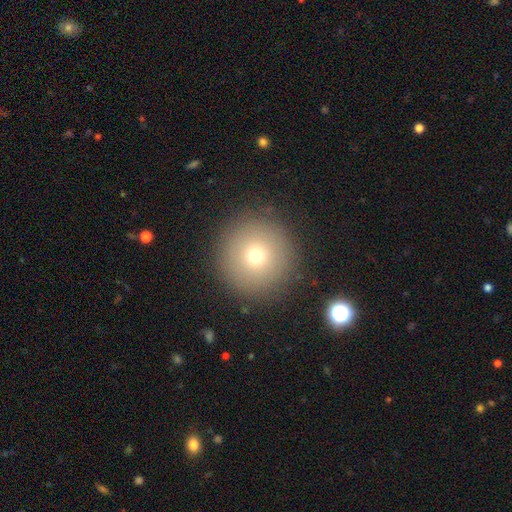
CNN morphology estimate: smooth_or_featured: smooth (p=0.72) [alt: star or artifact p=0.14]
how_rounded: round (p=0.97) [alt: in between p=0.02]
merging: none (p=0.90) [alt: minor disturbance p=0.06]